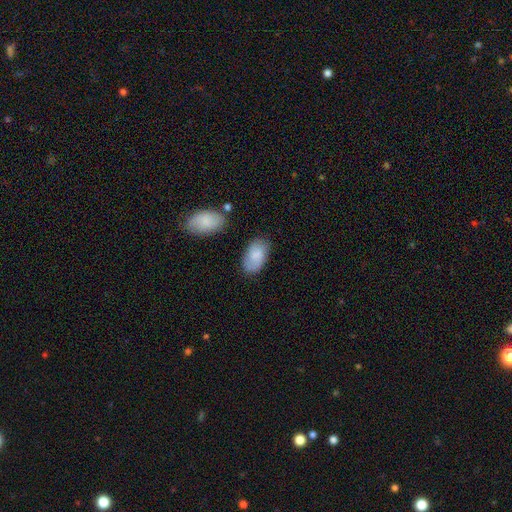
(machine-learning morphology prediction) The model was most divided on "merging": none: 71%, minor disturbance: 20%, major disturbance: 5%, merger: 4%. More confident: how rounded — in between (94%); smooth or featured — smooth (74%).